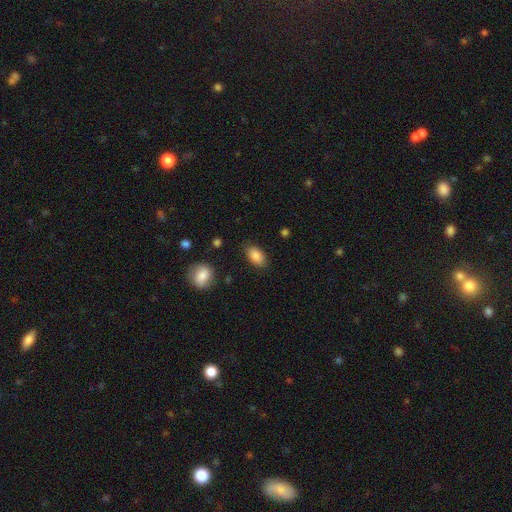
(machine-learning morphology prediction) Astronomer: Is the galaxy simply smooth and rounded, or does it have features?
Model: smooth — 87%.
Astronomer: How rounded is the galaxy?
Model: in between — 92%.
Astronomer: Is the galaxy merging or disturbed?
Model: none — 84%.